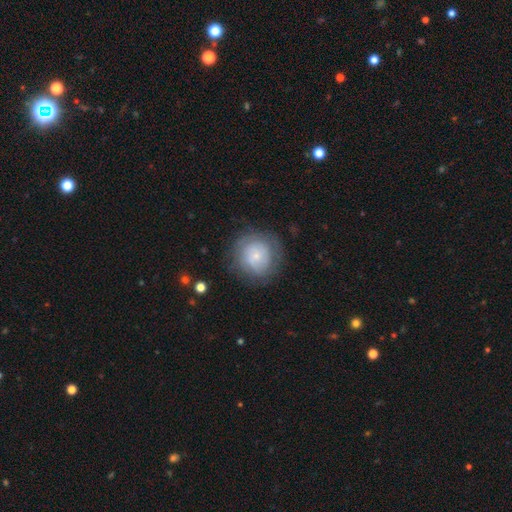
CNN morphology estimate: The model was most divided on "smooth or featured": smooth: 51%, featured or disk: 41%, star or artifact: 9%. More confident: how rounded — round (92%); merging — none (76%).